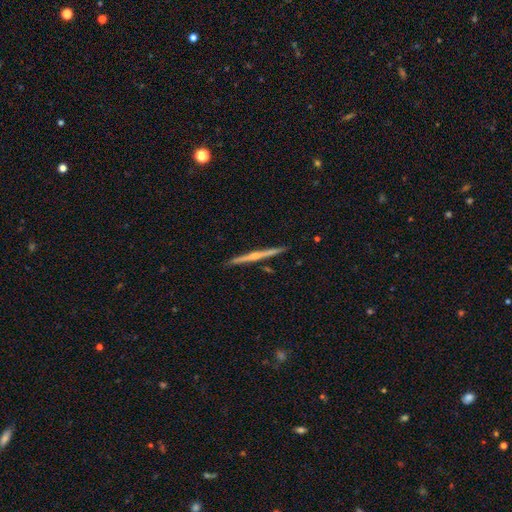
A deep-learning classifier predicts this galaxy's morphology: Overall: featured or disk (72%). Edge-on disk: yes (98%). Edge-on bulge: rounded (59%; none 34%). Merging: none (92%).